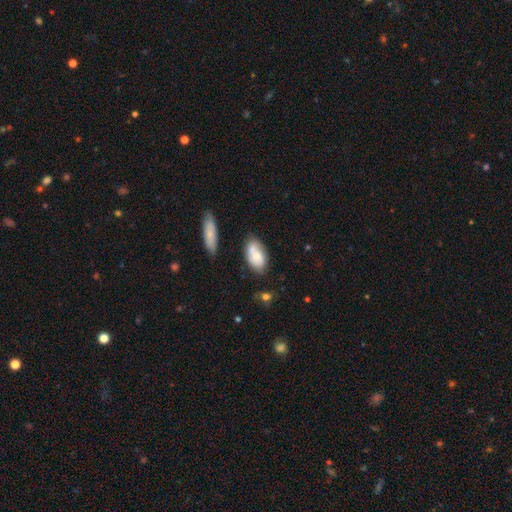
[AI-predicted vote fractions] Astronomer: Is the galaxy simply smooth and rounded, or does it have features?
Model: smooth — 68%.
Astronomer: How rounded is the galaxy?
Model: in between — 91%.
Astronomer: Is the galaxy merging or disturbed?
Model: none — 56%.